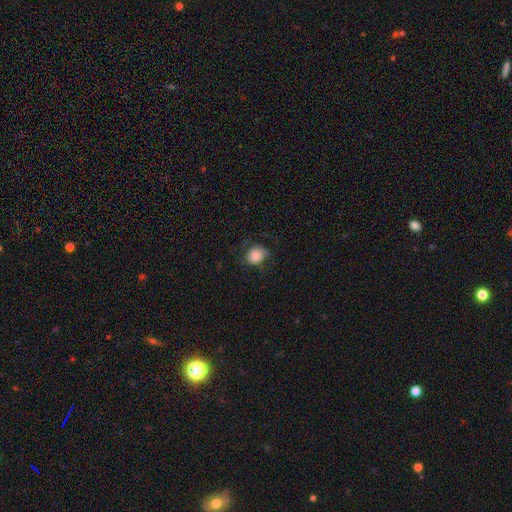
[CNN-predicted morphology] Smooth or featured? smooth (75%)
How rounded? round (63%)
Merging? none (64%)